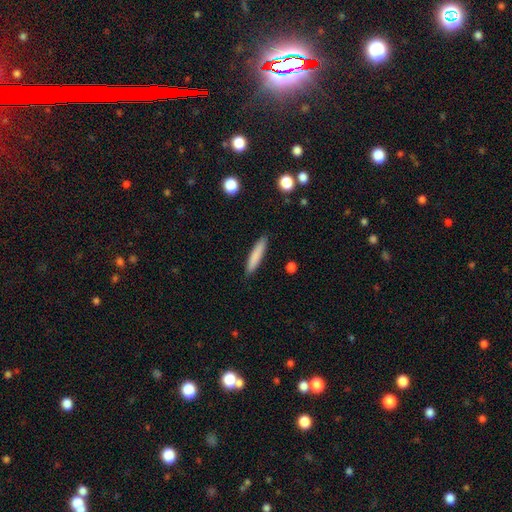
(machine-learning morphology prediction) Smooth or featured?
  - smooth: 82% *
  - featured or disk: 12%
  - star or artifact: 6%
How rounded?
  - cigar-shaped: 89% *
  - in between: 10%
  - round: 1%
Merging?
  - none: 89% *
  - minor disturbance: 8%
  - major disturbance: 2%
  - merger: 1%